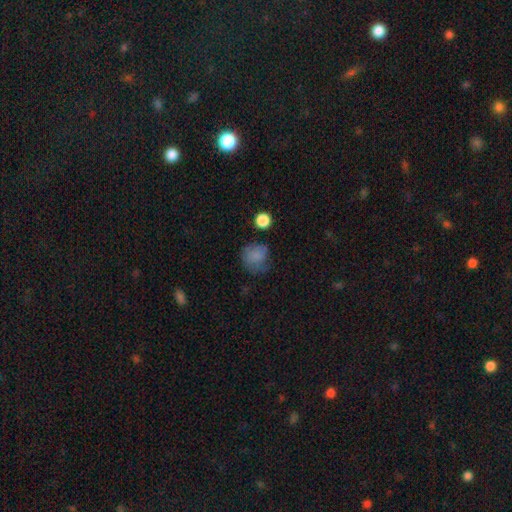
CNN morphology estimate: smooth-or-featured: smooth: 75% | featured or disk: 15% | star or artifact: 10%
  how-rounded: round: 78% | in between: 21% | cigar-shaped: 1%
  merging: none: 52% | minor disturbance: 29% | major disturbance: 17% | merger: 3%